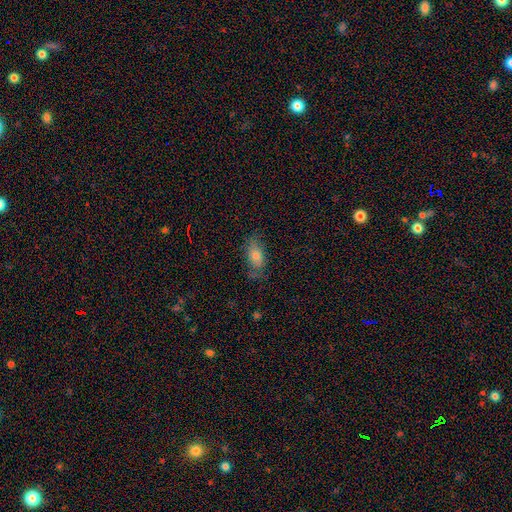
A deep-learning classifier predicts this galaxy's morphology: A smooth galaxy with no disk features (66%) that is in between round and cigar-shaped (84%). Merging: none (67%).